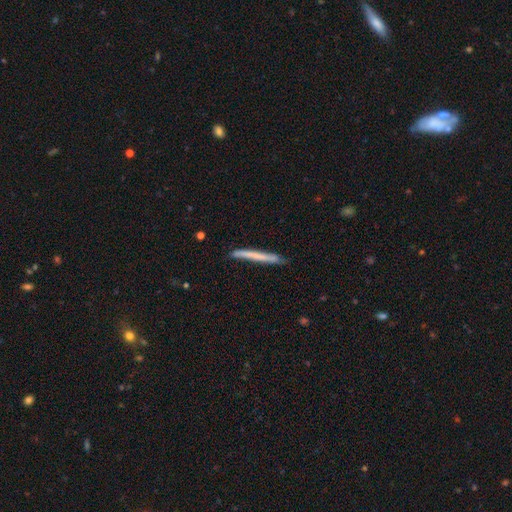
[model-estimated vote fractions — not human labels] Smooth or featured? smooth (58%)
How rounded? cigar-shaped (97%)
Merging? none (82%)